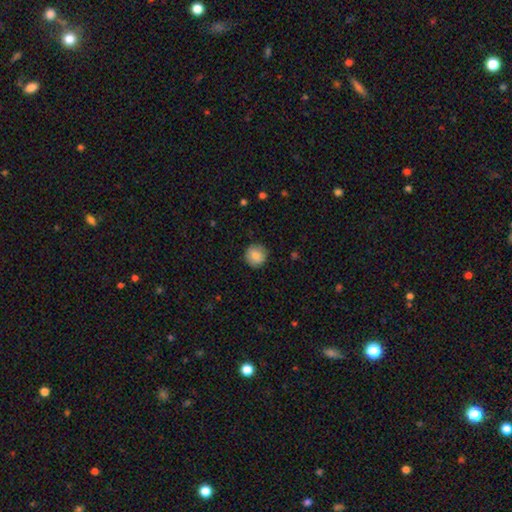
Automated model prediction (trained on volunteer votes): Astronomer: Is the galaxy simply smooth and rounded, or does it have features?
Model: smooth — 85%.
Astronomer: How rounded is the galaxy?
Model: round — 93%.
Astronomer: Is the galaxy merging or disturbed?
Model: none — 90%.